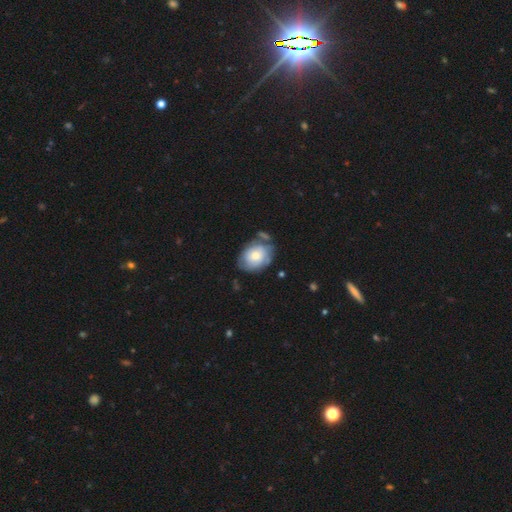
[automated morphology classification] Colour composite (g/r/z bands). It shows a smooth galaxy with no disk features (54%) that is in between round and cigar-shaped (65%). Merging: none (55%).